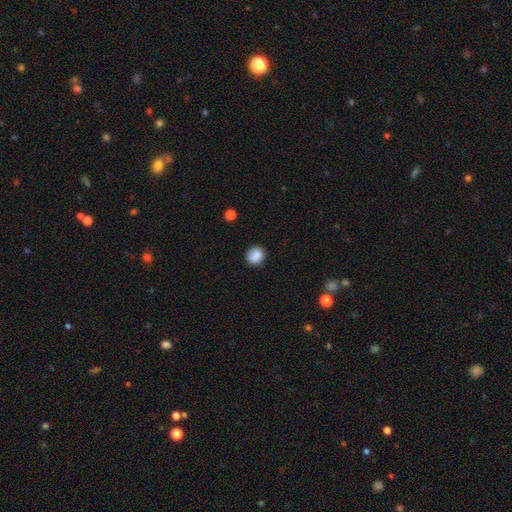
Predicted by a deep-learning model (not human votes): This appears to be a smooth galaxy with no disk features (87%) that is round (81%). Merging: none (82%).